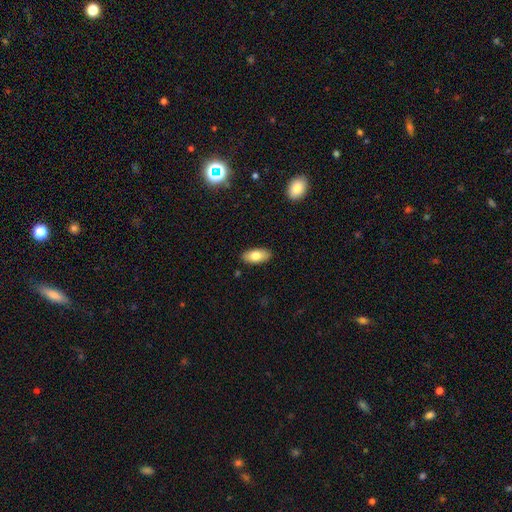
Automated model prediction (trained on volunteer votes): A smooth galaxy with no disk features (78%) that is in between round and cigar-shaped (91%).

Vote fractions:
- Smooth or featured? smooth: 78% / featured or disk: 15% / star or artifact: 7%
- How rounded? in between: 91% / cigar-shaped: 7% / round: 3%
- Merging? none: 88% / minor disturbance: 9% / major disturbance: 2% / merger: 1%